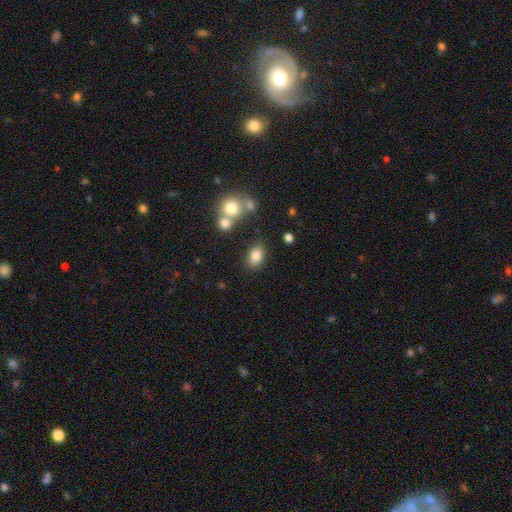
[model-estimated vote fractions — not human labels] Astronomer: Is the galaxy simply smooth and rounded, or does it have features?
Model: smooth — 82%.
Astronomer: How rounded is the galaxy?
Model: in between — 79%.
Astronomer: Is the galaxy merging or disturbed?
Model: none — 80%.